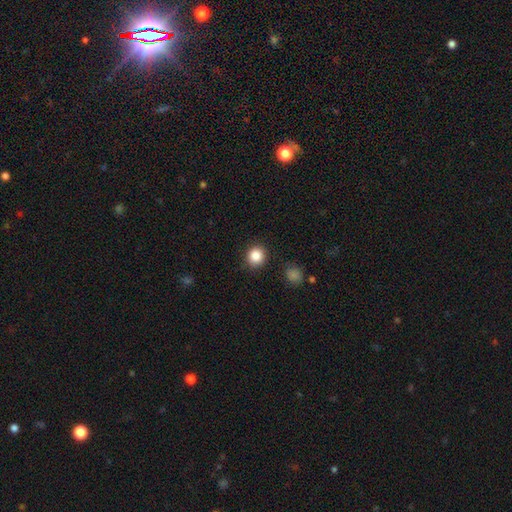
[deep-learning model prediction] Smooth or featured? smooth (87%)
How rounded? round (89%)
Merging? none (89%)